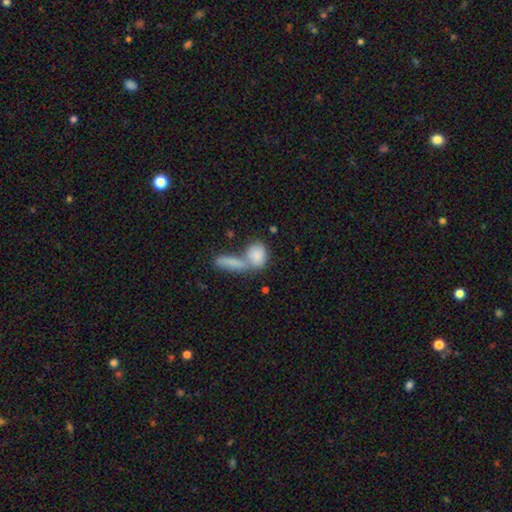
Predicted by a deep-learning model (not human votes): Morphology: type=smooth (81%); roundness=in between (64%); merging=merger (54%).